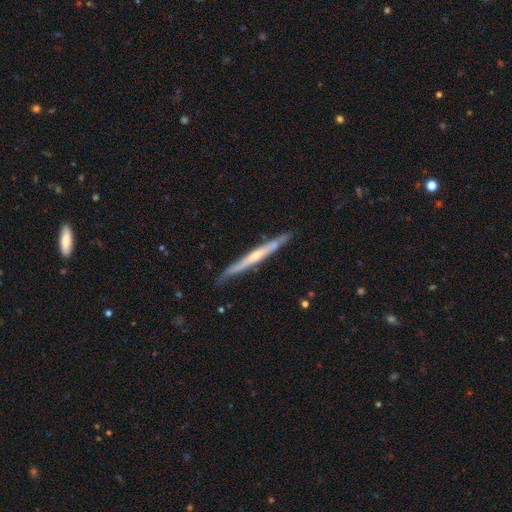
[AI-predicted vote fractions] A featured or disk galaxy (69%) viewed edge-on (95%) with a rounded central bulge (55%). Merging: none (82%).